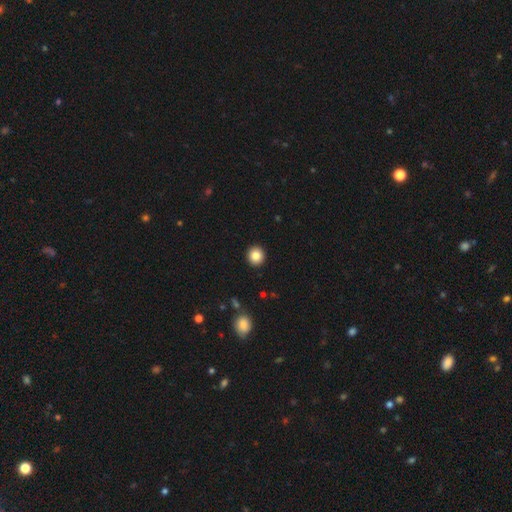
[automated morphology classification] Overall: smooth (84%). How rounded: round (92%). Merging: none (93%).